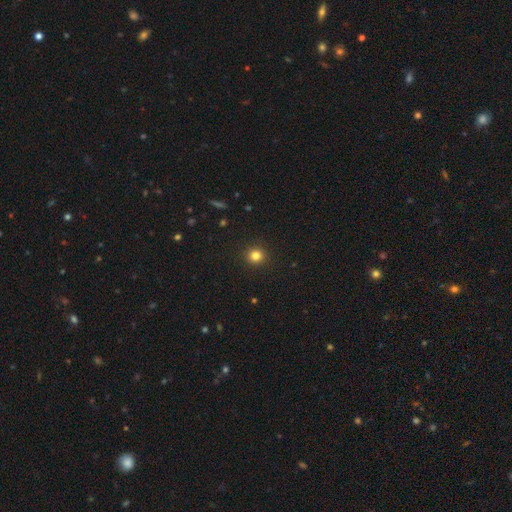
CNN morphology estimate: This appears to be a smooth galaxy with no disk features (82%) that is round (92%). Merging: none (92%).